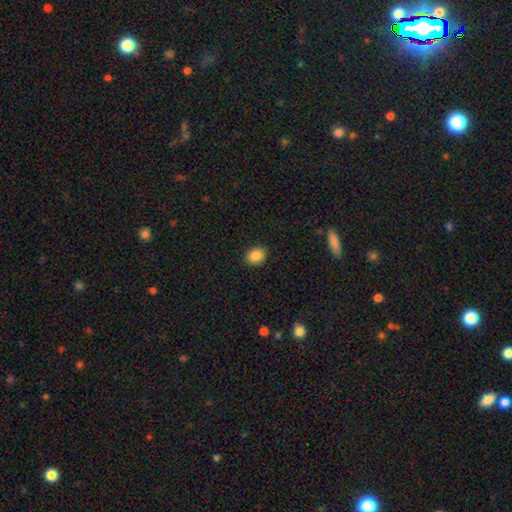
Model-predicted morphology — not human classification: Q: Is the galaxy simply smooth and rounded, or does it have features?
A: smooth — 87%.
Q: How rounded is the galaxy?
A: round — 53%.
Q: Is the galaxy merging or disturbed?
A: none — 90%.